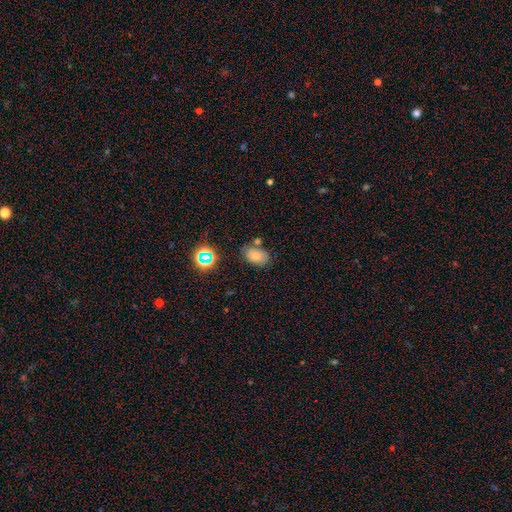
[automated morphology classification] This is likely a smooth galaxy (71%). How rounded: clearly in between (82%). Merging: likely none (67%).